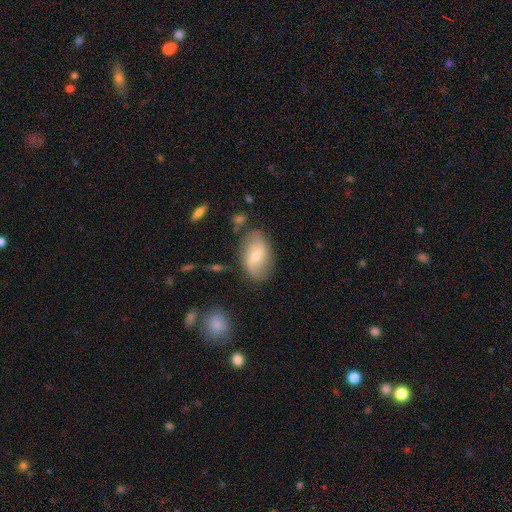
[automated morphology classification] type=featured or disk (55%); edge-on=no (94%); bar=weak (53%); spiral arms=yes (78%); bulge=moderate (49%); merging=none (73%).